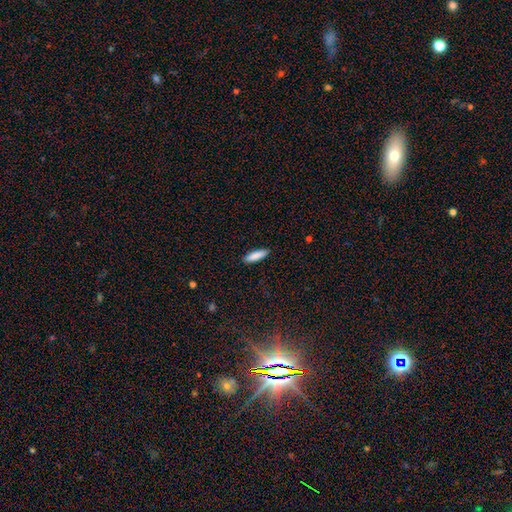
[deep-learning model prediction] Smooth or featured? Predicted: smooth (p=0.86). How rounded? Predicted: cigar-shaped (p=0.68). Merging? Predicted: none (p=0.89).